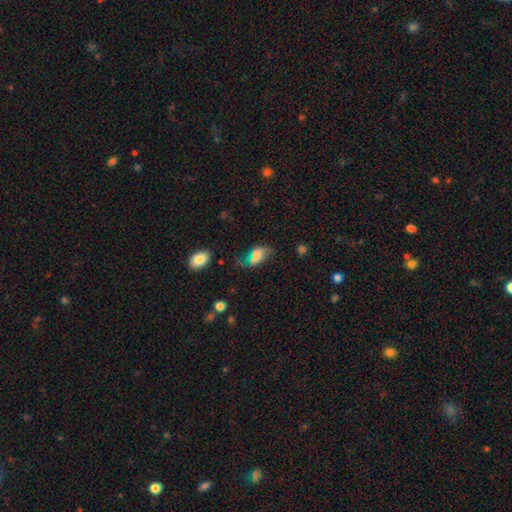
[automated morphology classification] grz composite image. It shows a smooth galaxy with no disk features (66%) that is in between round and cigar-shaped (89%). Merging: none (49%).